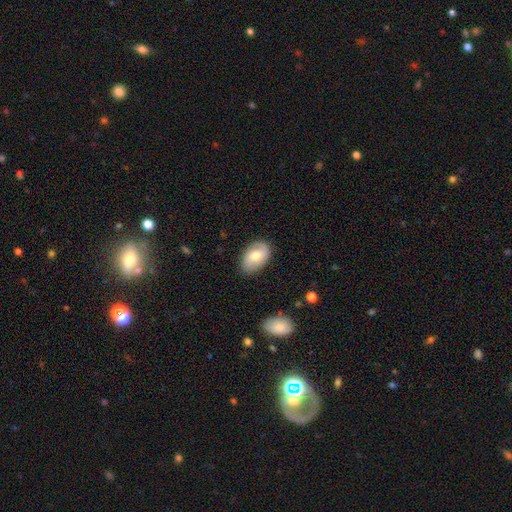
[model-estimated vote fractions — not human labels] Smooth or featured? smooth (63%)
How rounded? in between (88%)
Merging? none (79%)